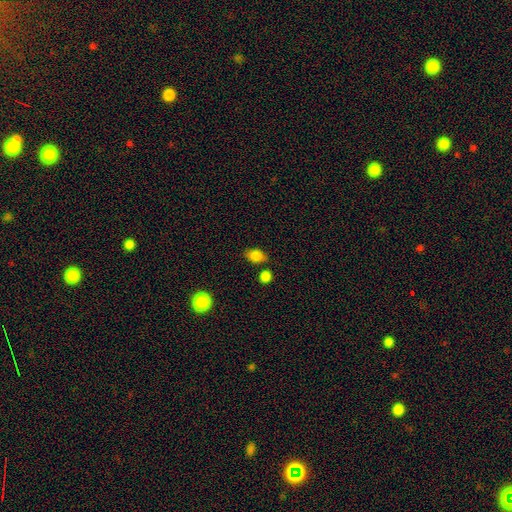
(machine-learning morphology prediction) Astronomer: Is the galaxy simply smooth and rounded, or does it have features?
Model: smooth — 84%.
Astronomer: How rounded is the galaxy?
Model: in between — 71%.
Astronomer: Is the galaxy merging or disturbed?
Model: none — 73%.